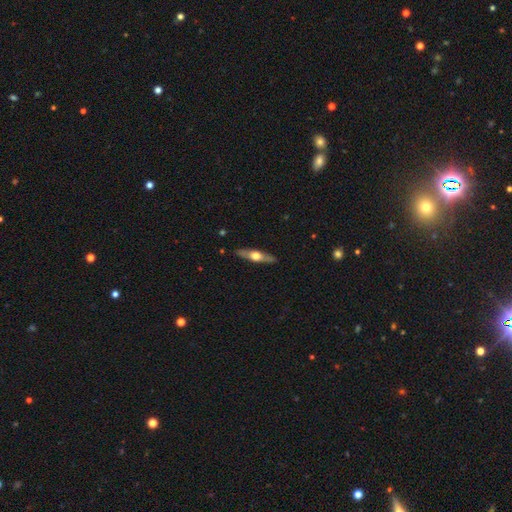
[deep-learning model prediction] A featured or disk galaxy (60%) viewed edge-on (91%) with a rounded central bulge (94%).

Vote fractions:
- Smooth or featured? featured or disk: 60% / smooth: 35% / star or artifact: 5%
- Edge-on disk? yes: 91% / no: 9%
- Edge-on bulge? rounded: 94% / boxy: 3% / none: 3%
- Merging? none: 89% / minor disturbance: 9% / major disturbance: 2% / merger: 1%